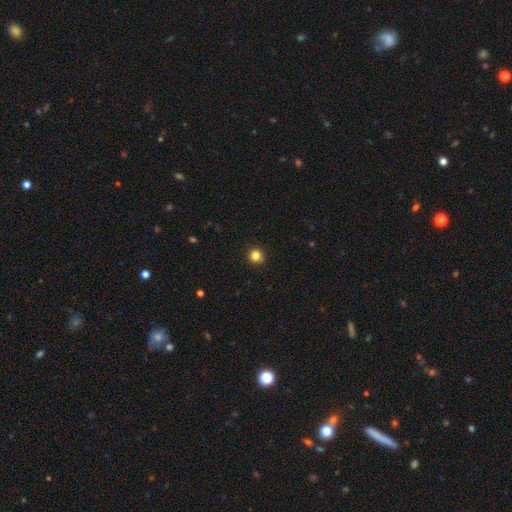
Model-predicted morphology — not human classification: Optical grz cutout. It shows a smooth galaxy with no disk features (83%) that is round (91%). Merging: none (91%).